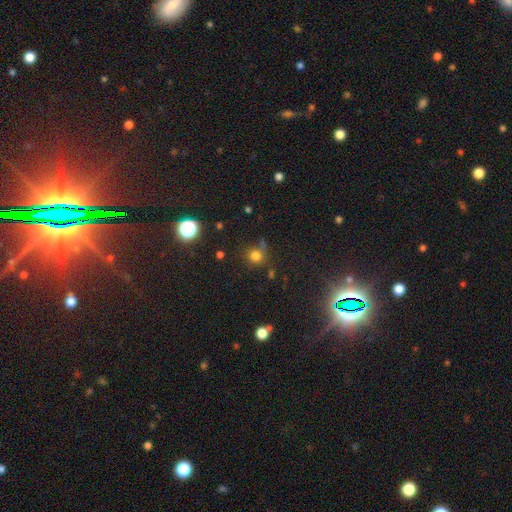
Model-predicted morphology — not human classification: smooth 75%, star or artifact 19%, featured or disk 6%. Down the decision tree: how rounded — round (89%); merging — none (71%).